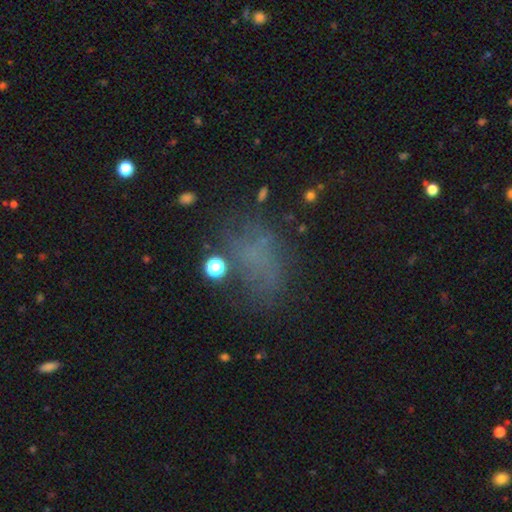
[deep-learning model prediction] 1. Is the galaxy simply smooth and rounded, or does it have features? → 46% smooth, 30% star or artifact, 23% featured or disk.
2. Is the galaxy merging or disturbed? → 51% none, 23% major disturbance, 20% minor disturbance, 5% merger.